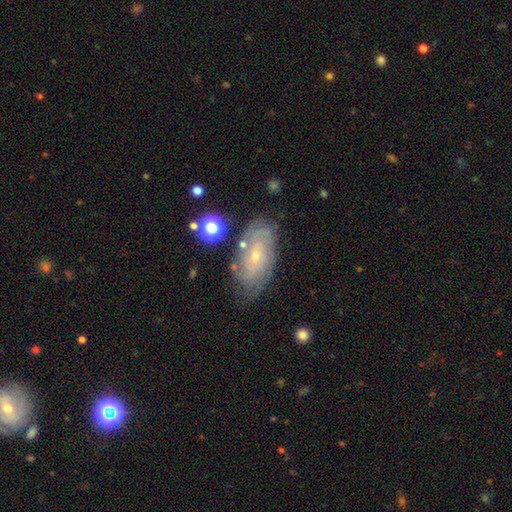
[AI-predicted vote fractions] A featured or disk galaxy (72%) with no bar (73%), tight (71%) spiral arms (88%) and a small central bulge (79%). Merging: none (72%).